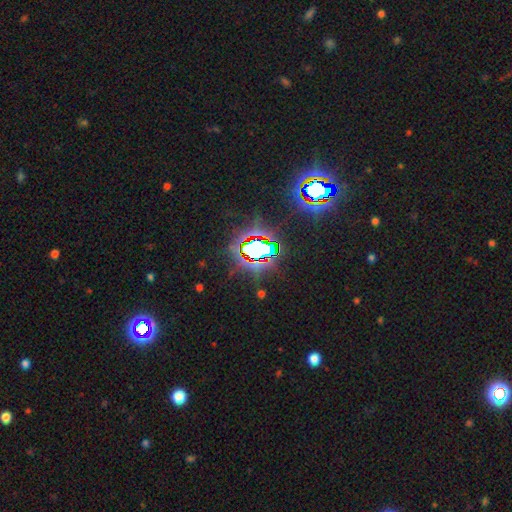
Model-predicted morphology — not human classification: Smooth or featured? Predicted: star or artifact (p=0.82).